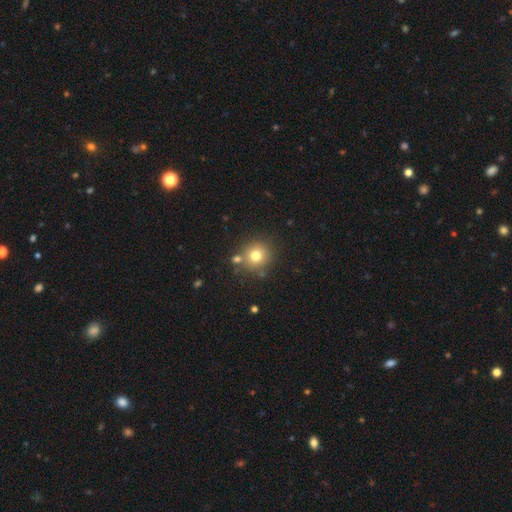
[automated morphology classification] Smooth or featured? Predicted: smooth (p=0.75). How rounded? Predicted: round (p=0.91). Merging? Predicted: none (p=0.79).